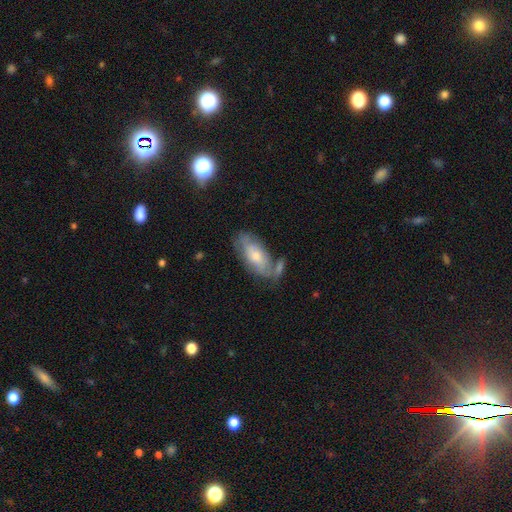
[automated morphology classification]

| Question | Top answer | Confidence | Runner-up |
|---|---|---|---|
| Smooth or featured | smooth | 58% | featured or disk (36%) |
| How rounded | in between | 87% | cigar-shaped (10%) |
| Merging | none | 52% | minor disturbance (22%) |